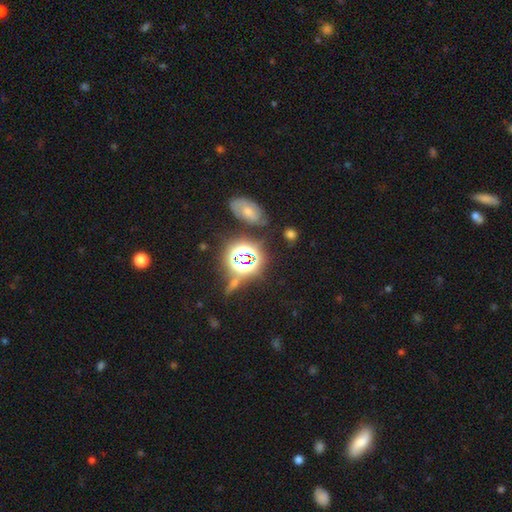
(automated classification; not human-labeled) Morphology: type=star or artifact (73%).